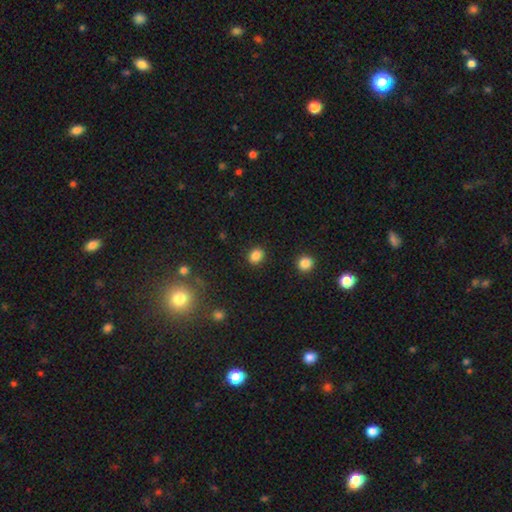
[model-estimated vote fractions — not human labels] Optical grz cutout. It shows a smooth galaxy with no disk features (86%) that is in between round and cigar-shaped (51%). Merging: none (88%).